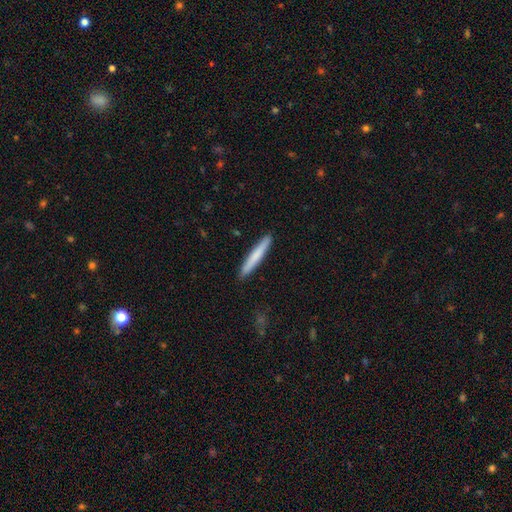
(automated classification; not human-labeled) Smooth or featured?
  - smooth: 73% *
  - featured or disk: 22%
  - star or artifact: 5%
How rounded?
  - cigar-shaped: 96% *
  - in between: 3%
  - round: 1%
Merging?
  - none: 92% *
  - minor disturbance: 6%
  - major disturbance: 1%
  - merger: 1%